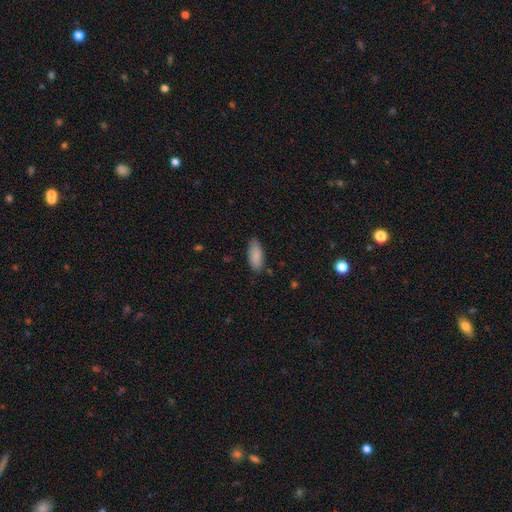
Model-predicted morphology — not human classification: Smooth or featured? smooth (88%)
How rounded? in between (80%)
Merging? none (83%)